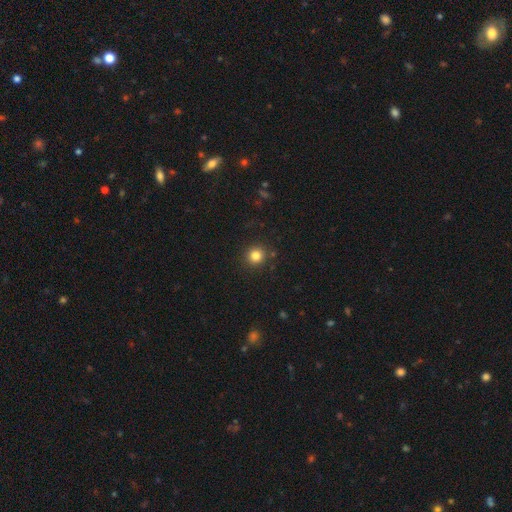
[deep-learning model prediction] Q: Smooth or featured?
A: smooth (83%); runner-up: star or artifact (12%)
Q: How rounded?
A: round (93%); runner-up: in between (6%)
Q: Merging?
A: none (90%); runner-up: minor disturbance (6%)